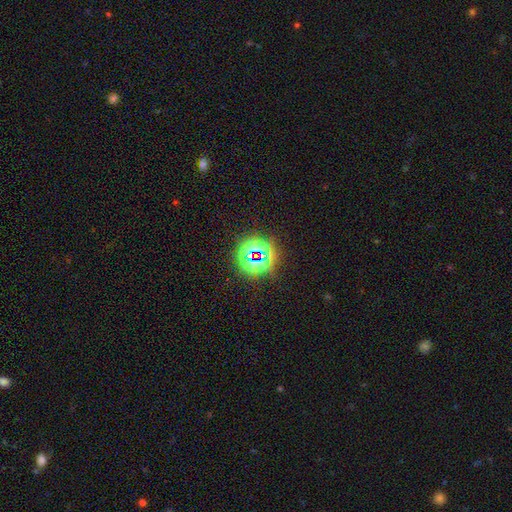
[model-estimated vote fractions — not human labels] Morphology: type=star or artifact (71%).